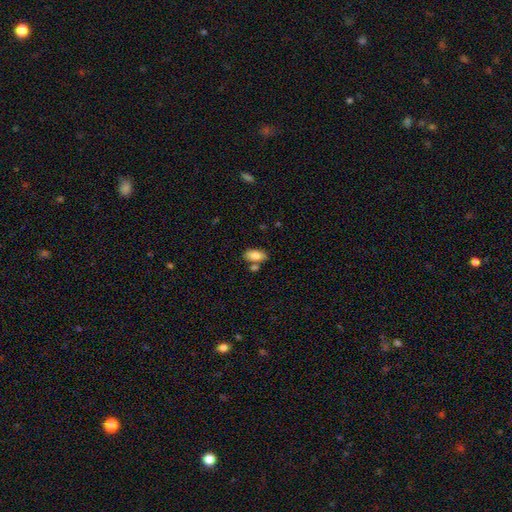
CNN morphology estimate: Q: Smooth or featured?
A: smooth (81%); runner-up: featured or disk (12%)
Q: How rounded?
A: in between (92%); runner-up: cigar-shaped (4%)
Q: Merging?
A: none (70%); runner-up: merger (15%)